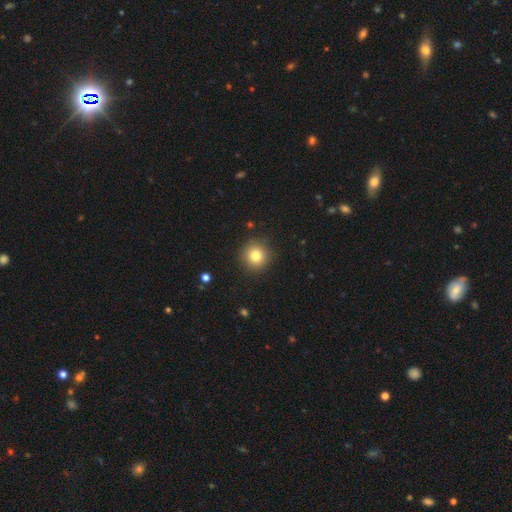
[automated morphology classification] smooth 81%, star or artifact 12%, featured or disk 8%. Down the decision tree: how rounded — round (94%); merging — none (90%).